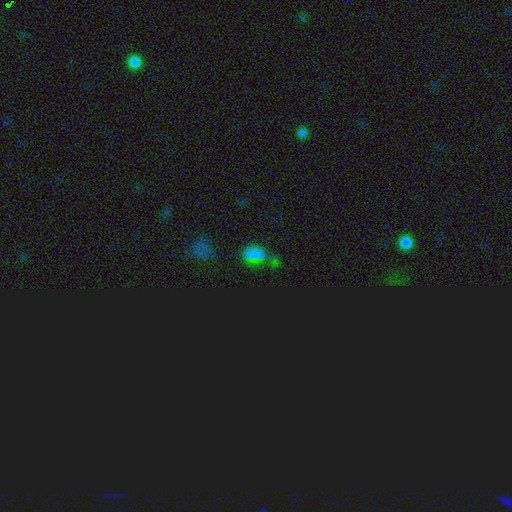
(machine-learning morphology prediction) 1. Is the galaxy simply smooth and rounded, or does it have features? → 48% star or artifact, 42% smooth, 9% featured or disk.